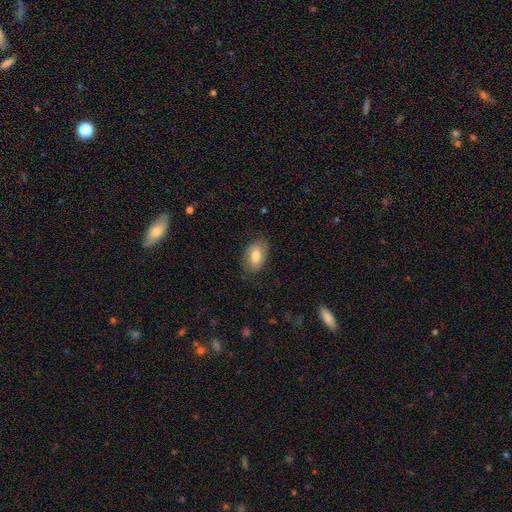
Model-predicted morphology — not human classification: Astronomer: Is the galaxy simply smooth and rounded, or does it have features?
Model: smooth — 77%.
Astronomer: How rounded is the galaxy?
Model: in between — 90%.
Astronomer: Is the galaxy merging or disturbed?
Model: none — 80%.